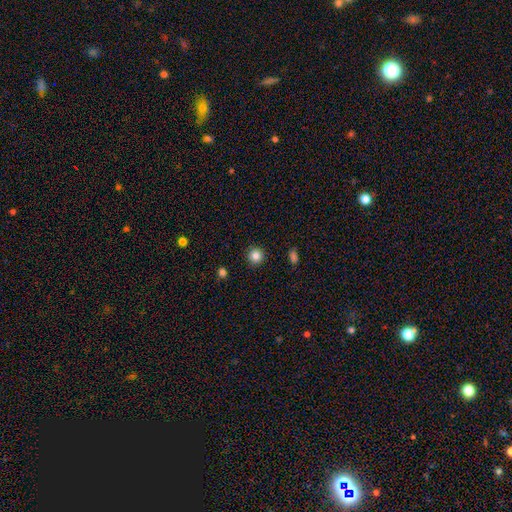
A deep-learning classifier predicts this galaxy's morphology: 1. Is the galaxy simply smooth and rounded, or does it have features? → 84% smooth, 11% star or artifact, 5% featured or disk.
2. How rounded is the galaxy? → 94% round, 5% in between, 1% cigar-shaped.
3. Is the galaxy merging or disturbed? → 92% none, 5% minor disturbance, 2% major disturbance, 1% merger.